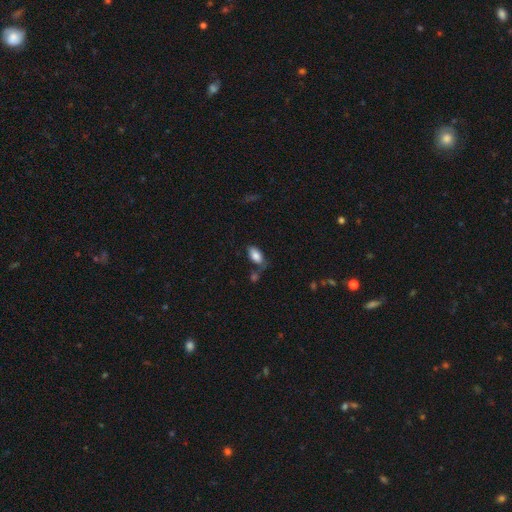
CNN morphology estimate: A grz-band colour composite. It shows a smooth galaxy with no disk features (83%) that is in between round and cigar-shaped (93%). Merging: none (58%).